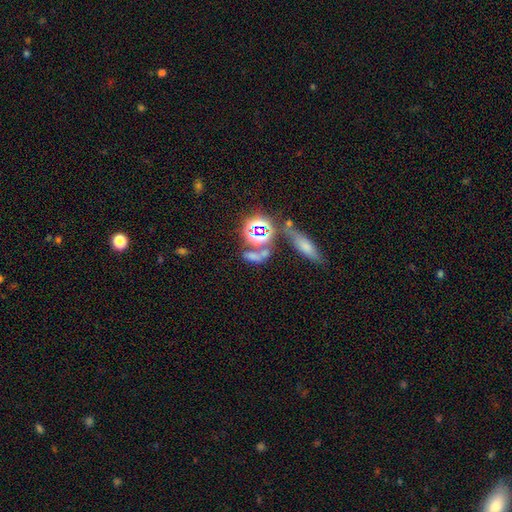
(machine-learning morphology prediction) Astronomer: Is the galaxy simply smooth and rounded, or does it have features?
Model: smooth — 51% (runner-up: star or artifact, 35%).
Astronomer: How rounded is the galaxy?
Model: in between — 54%.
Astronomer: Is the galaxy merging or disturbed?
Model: none — 43% (runner-up: merger, 34%).